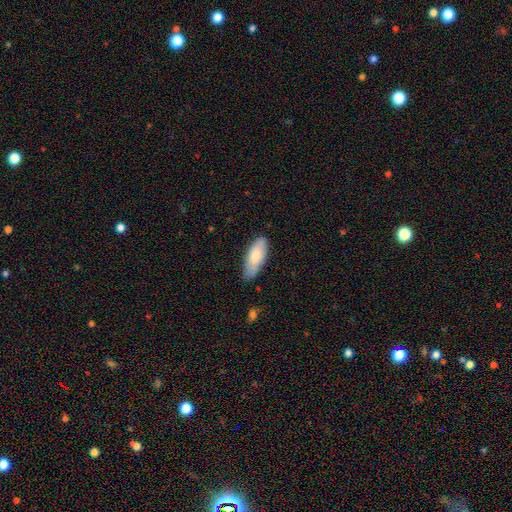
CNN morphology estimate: Smooth or featured?
  - smooth: 78% *
  - featured or disk: 16%
  - star or artifact: 6%
How rounded?
  - in between: 75% *
  - cigar-shaped: 23%
  - round: 2%
Merging?
  - none: 75% *
  - minor disturbance: 20%
  - major disturbance: 3%
  - merger: 2%